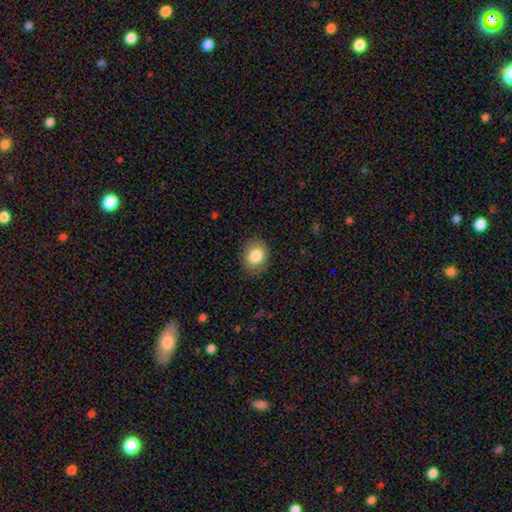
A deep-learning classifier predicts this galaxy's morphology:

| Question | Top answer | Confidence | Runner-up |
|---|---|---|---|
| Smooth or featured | smooth | 83% | featured or disk (9%) |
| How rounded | in between | 56% | round (43%) |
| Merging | none | 86% | minor disturbance (10%) |